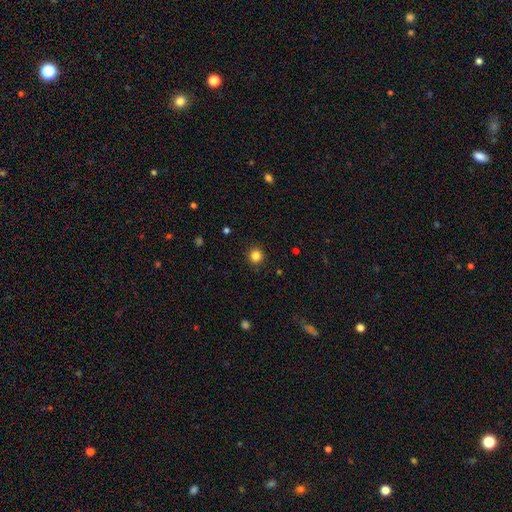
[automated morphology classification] smooth-or-featured: smooth: 85% | star or artifact: 12% | featured or disk: 4%
  how-rounded: round: 94% | in between: 5% | cigar-shaped: 1%
  merging: none: 92% | minor disturbance: 5% | major disturbance: 2% | merger: 1%